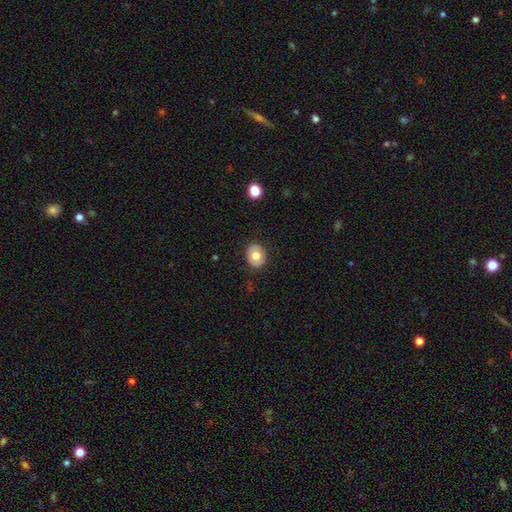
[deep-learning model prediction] smooth-or-featured: smooth: 73% | featured or disk: 19% | star or artifact: 8%
  how-rounded: round: 54% | in between: 46% | cigar-shaped: 1%
  merging: none: 87% | minor disturbance: 9% | major disturbance: 2% | merger: 1%